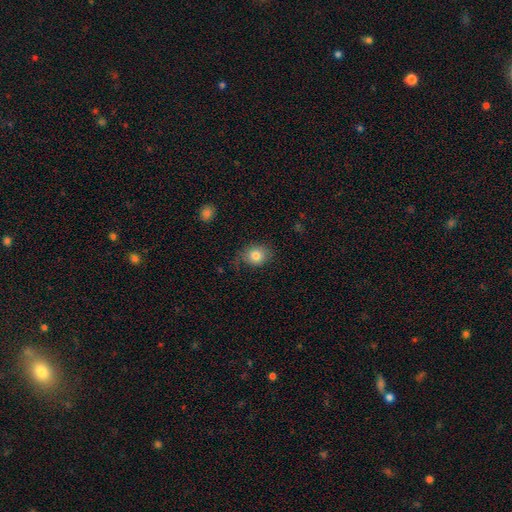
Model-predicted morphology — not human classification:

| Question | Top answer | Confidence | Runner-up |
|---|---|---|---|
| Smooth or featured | smooth | 82% | star or artifact (10%) |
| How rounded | round | 66% | in between (33%) |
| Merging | none | 72% | minor disturbance (20%) |